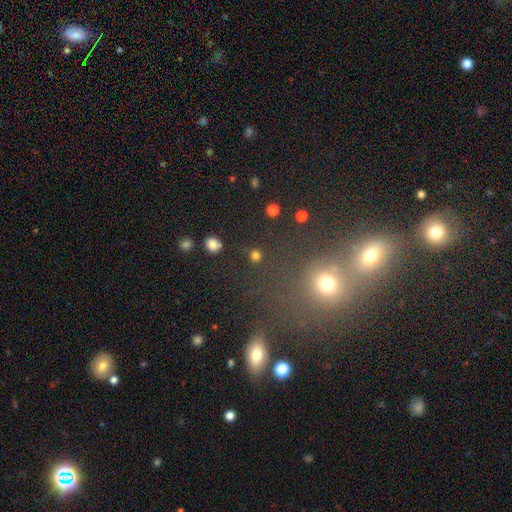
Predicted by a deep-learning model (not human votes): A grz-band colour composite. It shows a smooth galaxy with no disk features (78%) that is round (90%). Merging: none (85%).